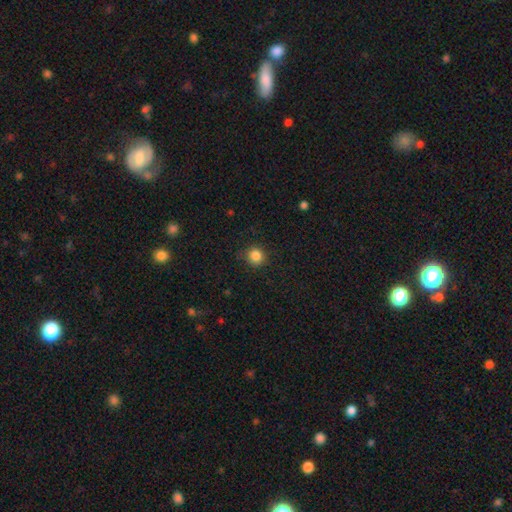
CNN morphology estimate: smooth 85%, star or artifact 11%, featured or disk 4%. Down the decision tree: how rounded — round (92%); merging — none (87%).